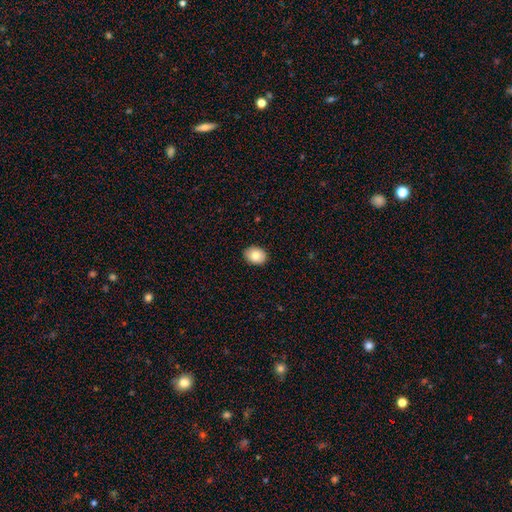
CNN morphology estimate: smooth 82%, featured or disk 10%, star or artifact 8%. Down the decision tree: how rounded — in between (62%); merging — none (90%).